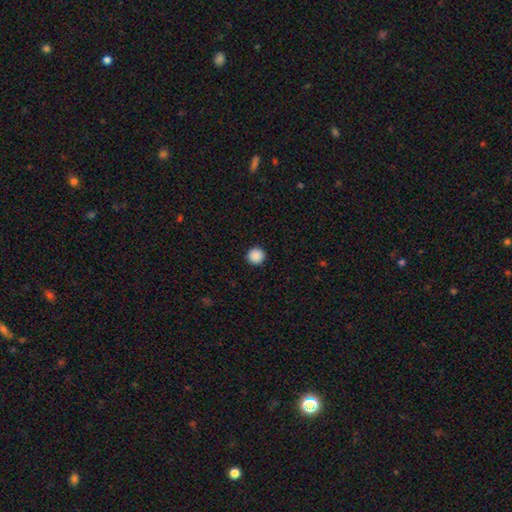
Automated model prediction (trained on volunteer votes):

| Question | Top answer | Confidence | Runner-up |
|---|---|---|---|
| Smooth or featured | smooth | 89% | star or artifact (9%) |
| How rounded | round | 95% | in between (4%) |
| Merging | none | 93% | minor disturbance (4%) |